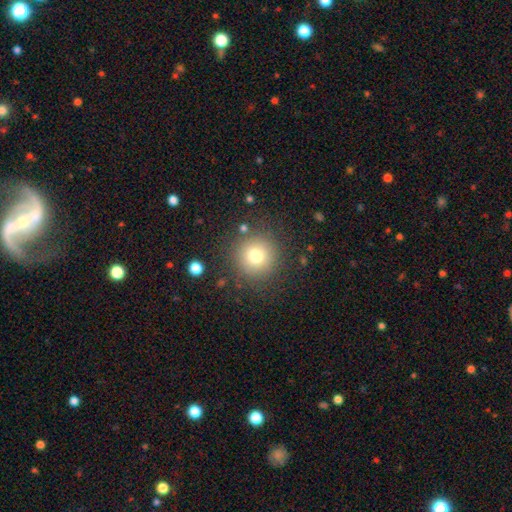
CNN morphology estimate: smooth_or_featured: smooth (p=0.74) [alt: star or artifact p=0.15]
how_rounded: round (p=0.95) [alt: in between p=0.04]
merging: none (p=0.86) [alt: minor disturbance p=0.08]